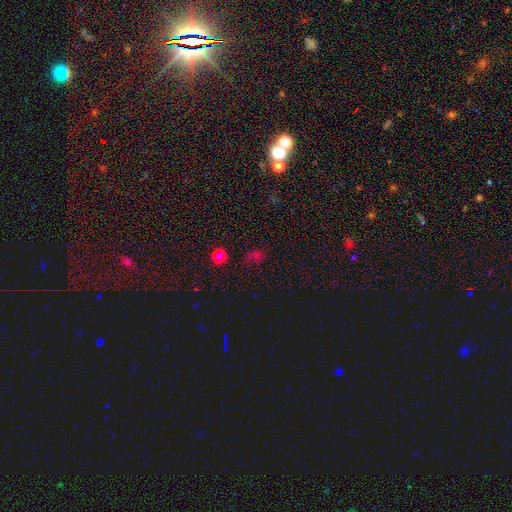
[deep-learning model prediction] The model was most divided on "smooth or featured": star or artifact: 47%, smooth: 44%, featured or disk: 9%.